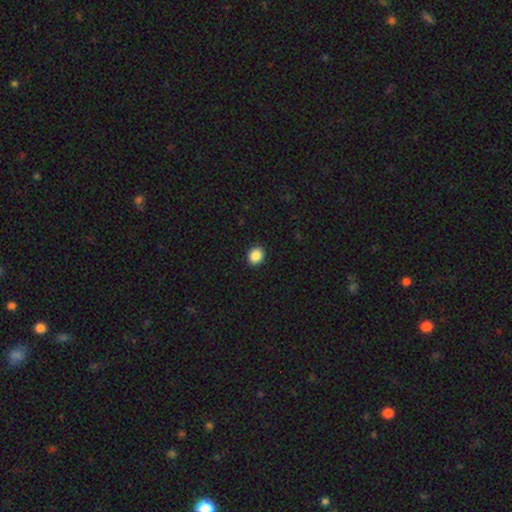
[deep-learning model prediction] smooth-or-featured: smooth: 88% | star or artifact: 9% | featured or disk: 3%
  how-rounded: round: 71% | in between: 28% | cigar-shaped: 1%
  merging: none: 92% | minor disturbance: 5% | major disturbance: 2% | merger: 1%